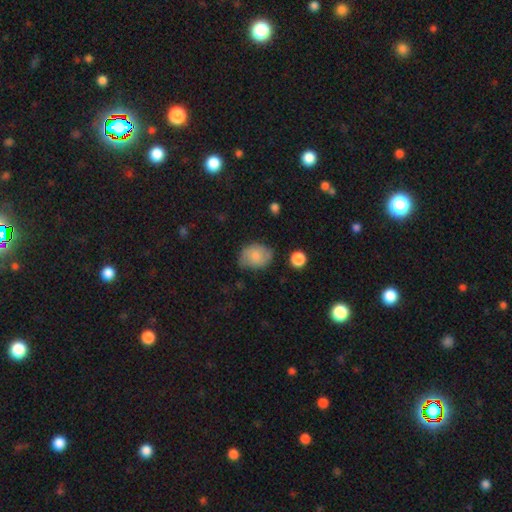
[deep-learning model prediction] Smooth or featured: smooth — 75% (featured or disk — 17%)
How rounded: in between — 64% (round — 35%)
Merging: none — 65% (minor disturbance — 26%)